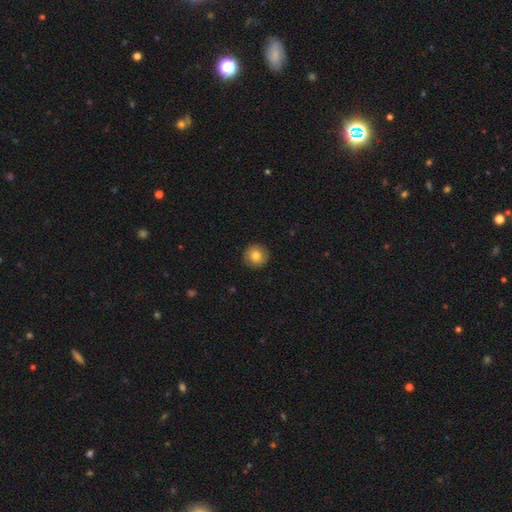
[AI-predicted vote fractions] This is clearly a smooth galaxy (80%). How rounded: clearly round (95%). Merging: clearly none (91%).